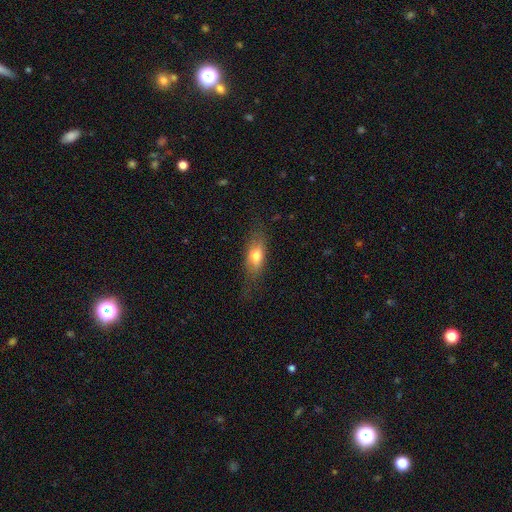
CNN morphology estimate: smooth 69%, featured or disk 23%, star or artifact 8%. Down the decision tree: how rounded — in between (72%); merging — none (68%).